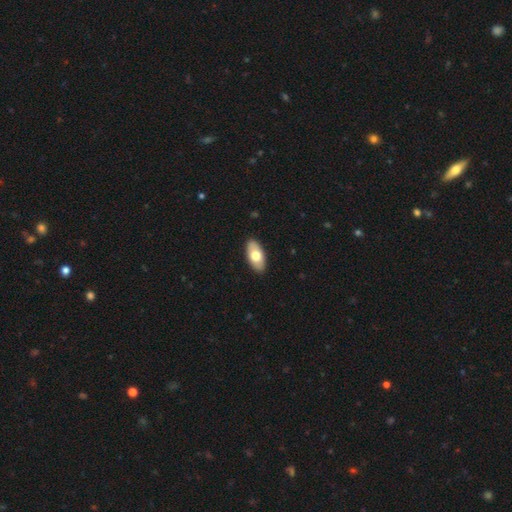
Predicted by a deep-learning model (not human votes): Morphology: type=smooth (69%); roundness=in between (93%); merging=none (90%).